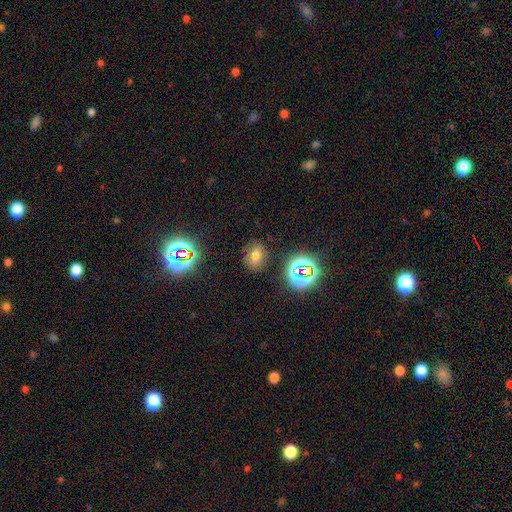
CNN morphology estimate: smooth 63%, star or artifact 26%, featured or disk 11%. Down the decision tree: how rounded — in between (69%); merging — none (80%).